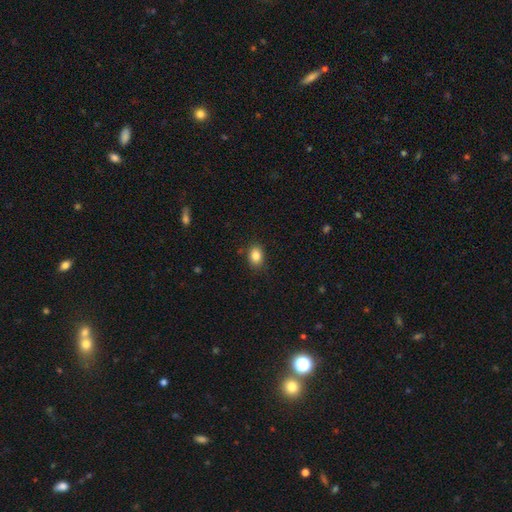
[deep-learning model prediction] Smooth or featured?
  - smooth: 85% *
  - star or artifact: 10%
  - featured or disk: 5%
How rounded?
  - in between: 66% *
  - round: 33%
  - cigar-shaped: 1%
Merging?
  - none: 83% *
  - minor disturbance: 12%
  - major disturbance: 3%
  - merger: 2%